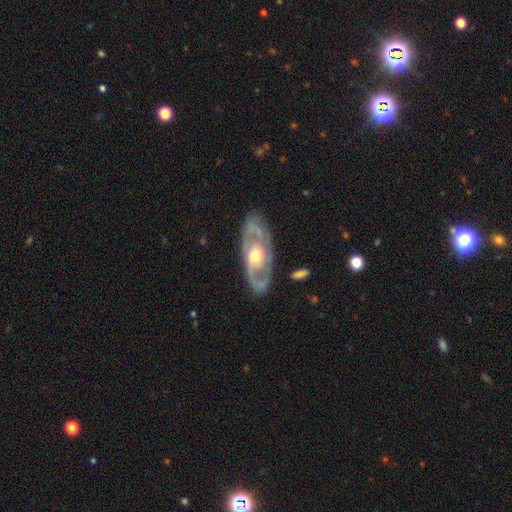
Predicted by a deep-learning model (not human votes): A featured or disk galaxy (79%) with no bar (75%), spiral arms (63%) and a moderate central bulge (72%). Merging: none (83%).